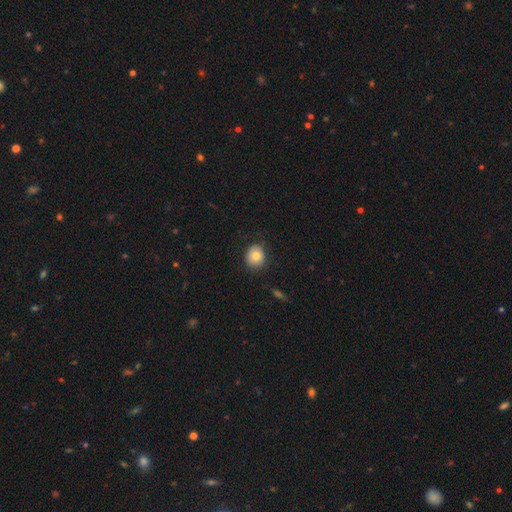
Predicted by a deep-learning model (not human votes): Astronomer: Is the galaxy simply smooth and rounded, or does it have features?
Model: smooth — 82%.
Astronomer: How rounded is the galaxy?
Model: round — 66%.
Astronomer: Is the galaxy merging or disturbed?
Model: none — 78%.